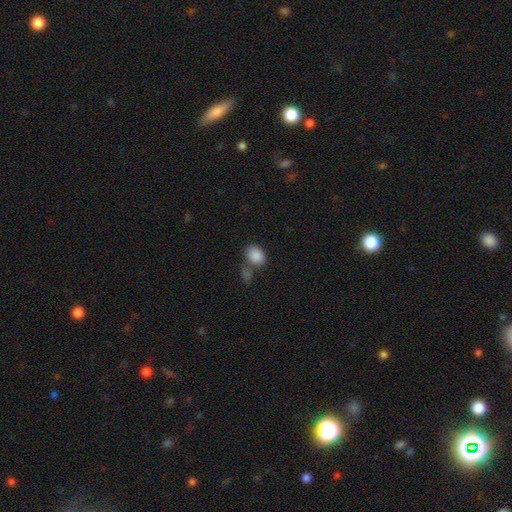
Morphology: type=smooth (92%); roundness=in between (55%); merging=none (53%).